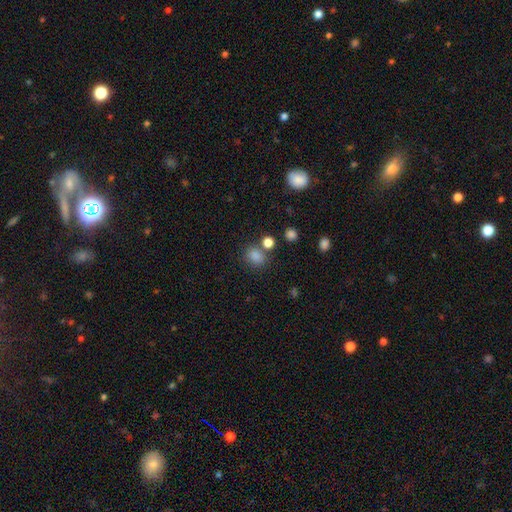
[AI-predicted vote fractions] A smooth galaxy with no disk features (81%) that is round (59%). Merging: none (70%).